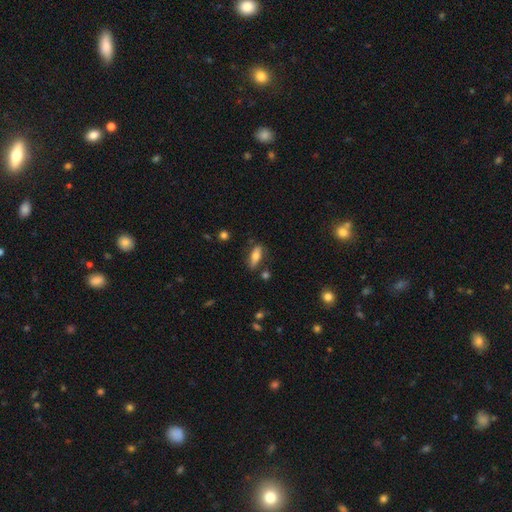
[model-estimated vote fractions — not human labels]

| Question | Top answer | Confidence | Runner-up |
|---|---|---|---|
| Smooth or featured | smooth | 66% | featured or disk (27%) |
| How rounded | in between | 62% | cigar-shaped (35%) |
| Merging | none | 71% | minor disturbance (19%) |